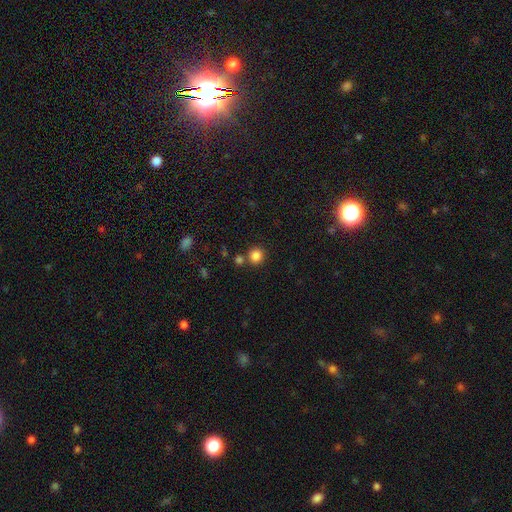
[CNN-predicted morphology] A smooth galaxy with no disk features (84%) that is round (91%).

Vote fractions:
- Smooth or featured? smooth: 84% / star or artifact: 12% / featured or disk: 4%
- How rounded? round: 91% / in between: 8% / cigar-shaped: 1%
- Merging? none: 78% / merger: 12% / minor disturbance: 7% / major disturbance: 3%